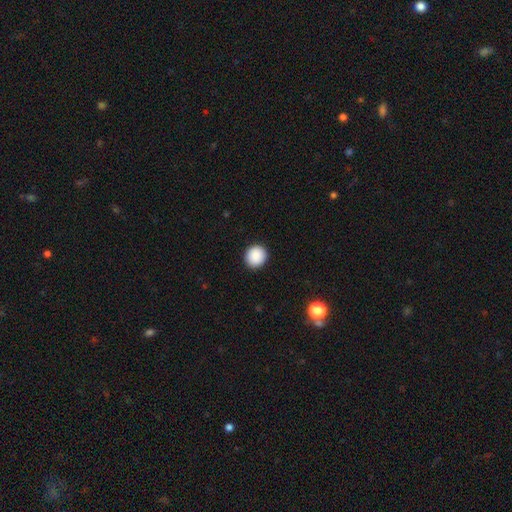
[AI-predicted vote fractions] Q: Smooth or featured?
A: smooth (89%); runner-up: star or artifact (8%)
Q: How rounded?
A: round (87%); runner-up: in between (13%)
Q: Merging?
A: none (92%); runner-up: minor disturbance (6%)